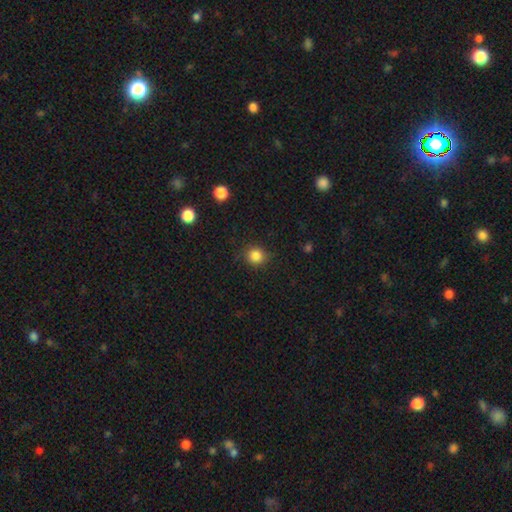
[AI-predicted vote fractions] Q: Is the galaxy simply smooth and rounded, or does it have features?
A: smooth — 84%.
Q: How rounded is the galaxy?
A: round — 89%.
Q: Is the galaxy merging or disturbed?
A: none — 86%.